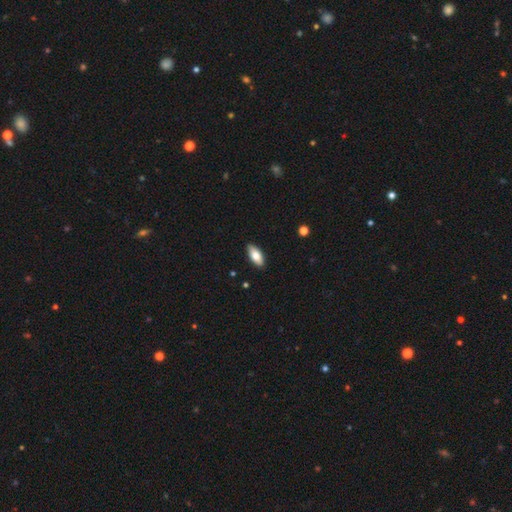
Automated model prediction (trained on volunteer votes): A smooth galaxy with no disk features (75%) that is in between round and cigar-shaped (84%). Merging: none (88%).